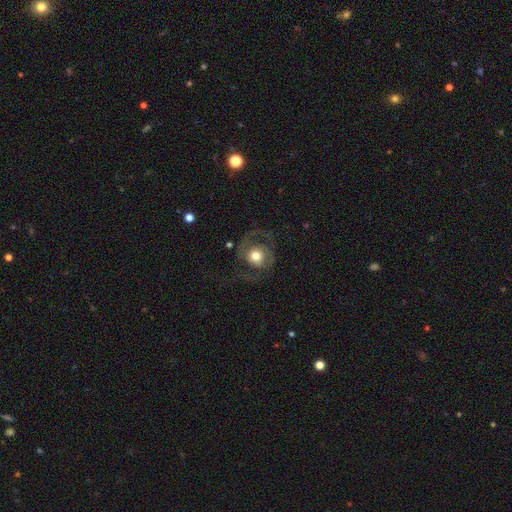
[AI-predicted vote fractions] smooth-or-featured: featured or disk: 67% | smooth: 26% | star or artifact: 7%
  disk-edge-on: no: 97% | yes: 3%
    bar: no: 76% | weak: 19% | strong: 5%
    has-spiral-arms: yes: 83% | no: 17%
      spiral-winding: medium: 45% | loose: 38% | tight: 16%
      spiral-arm-count: 2: 78% | 1: 13% | can't tell: 5% | 3: 2% | 4: 1% | more than 4: 1%
    bulge-size: moderate: 64% | large: 25% | small: 7% | dominant: 3% | none: 1%
  merging: none: 54% | major disturbance: 29% | minor disturbance: 15% | merger: 2%